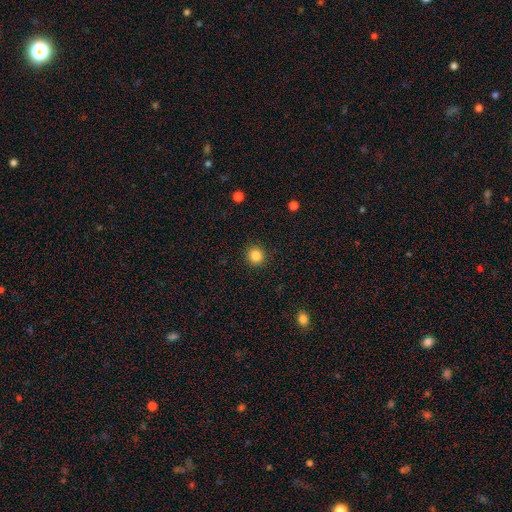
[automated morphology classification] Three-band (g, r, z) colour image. It shows a smooth galaxy with no disk features (85%) that is round (93%). Merging: none (92%).